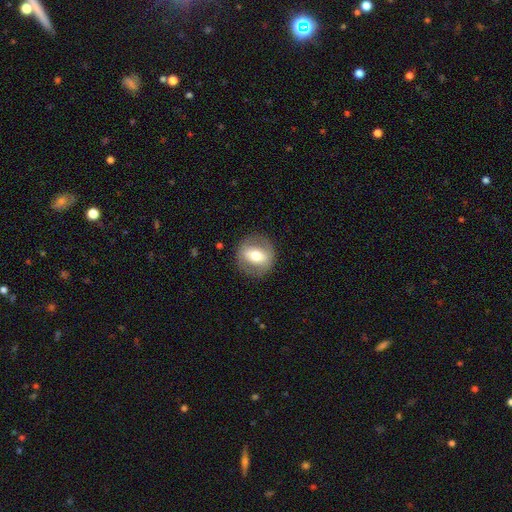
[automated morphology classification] Smooth or featured: smooth — 49% (featured or disk — 44%)
Merging: none — 83% (minor disturbance — 11%)